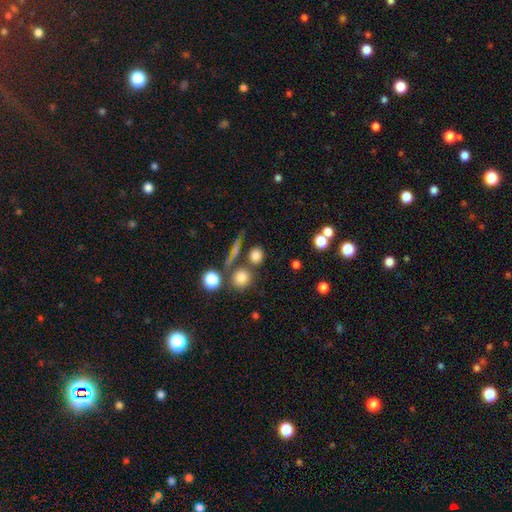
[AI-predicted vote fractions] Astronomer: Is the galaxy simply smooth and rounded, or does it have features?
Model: smooth — 80%.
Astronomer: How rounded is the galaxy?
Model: round — 77%.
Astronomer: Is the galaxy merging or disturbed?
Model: none — 72%.